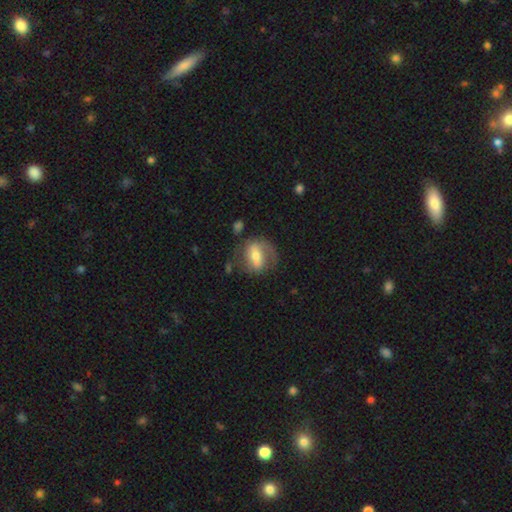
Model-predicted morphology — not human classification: Q: Smooth or featured?
A: featured or disk (57%); runner-up: smooth (37%)
Q: Edge-on disk?
A: no (91%); runner-up: yes (9%)
Q: Bar?
A: strong (51%); runner-up: weak (32%)
Q: Spiral arms?
A: yes (57%); runner-up: no (43%)
Q: Bulge size?
A: moderate (57%); runner-up: small (28%)
Q: Merging?
A: none (59%); runner-up: minor disturbance (21%)